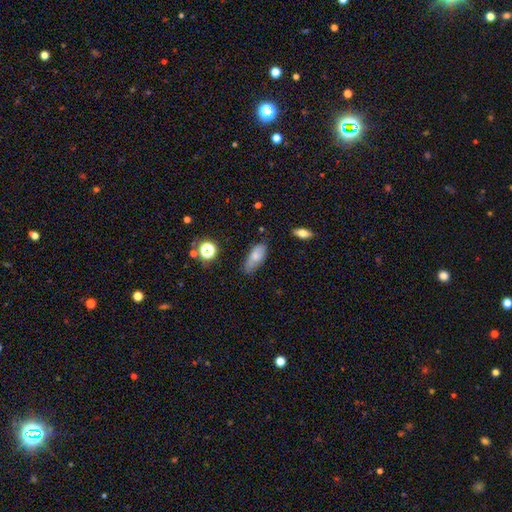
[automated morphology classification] Smooth or featured?
  - smooth: 74% *
  - featured or disk: 16%
  - star or artifact: 9%
How rounded?
  - in between: 84% *
  - cigar-shaped: 12%
  - round: 4%
Merging?
  - none: 64% *
  - minor disturbance: 28%
  - major disturbance: 6%
  - merger: 2%